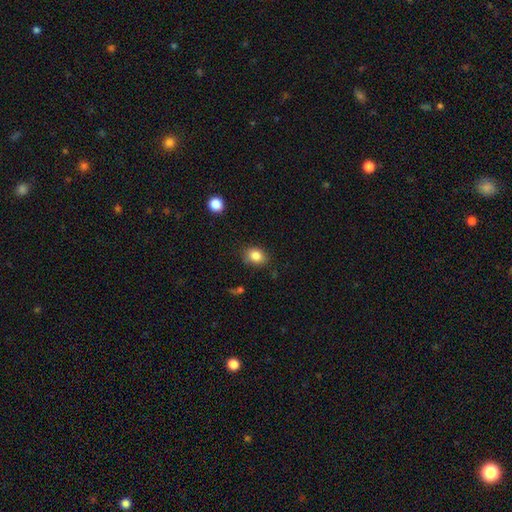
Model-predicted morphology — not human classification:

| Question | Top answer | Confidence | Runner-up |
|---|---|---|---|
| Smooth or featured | smooth | 84% | star or artifact (10%) |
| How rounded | in between | 54% | round (45%) |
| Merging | none | 80% | minor disturbance (15%) |